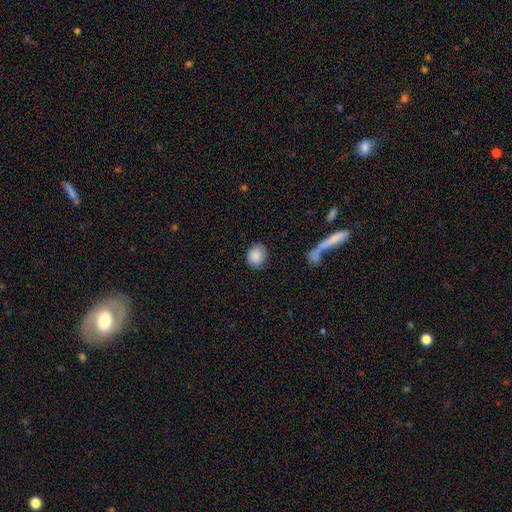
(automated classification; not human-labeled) Smooth or featured: smooth — 84% (featured or disk — 8%)
How rounded: round — 77% (in between — 22%)
Merging: none — 80% (minor disturbance — 14%)